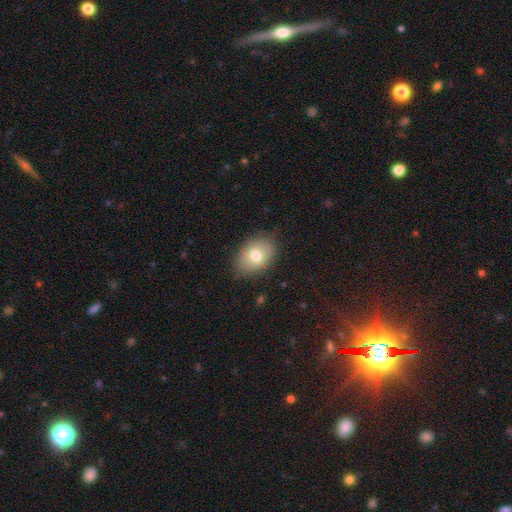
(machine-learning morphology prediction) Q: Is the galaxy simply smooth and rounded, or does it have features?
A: smooth — 75%.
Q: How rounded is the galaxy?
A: in between — 82%.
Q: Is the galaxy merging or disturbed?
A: none — 82%.